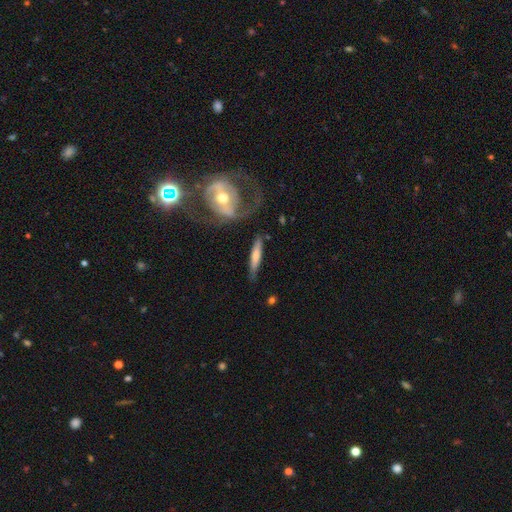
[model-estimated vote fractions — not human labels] This is possibly a smooth galaxy (53%). How rounded: clearly cigar-shaped (88%). Merging: likely none (74%).